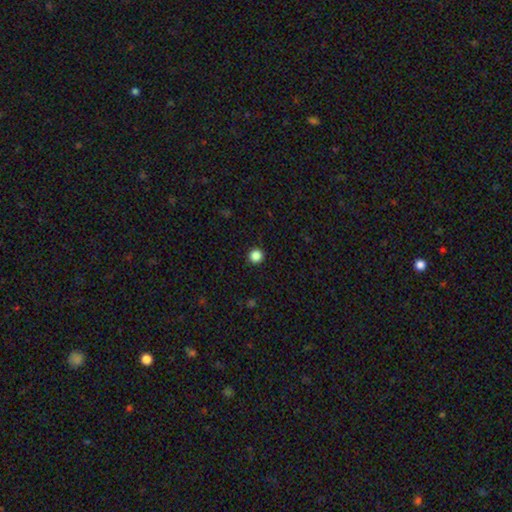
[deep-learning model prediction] Morphology: type=smooth (86%); roundness=round (96%); merging=none (93%).